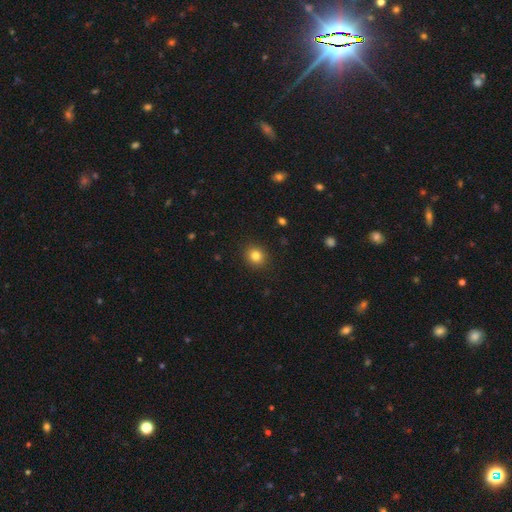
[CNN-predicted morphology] Overall: smooth (82%). How rounded: round (84%). Merging: none (91%).